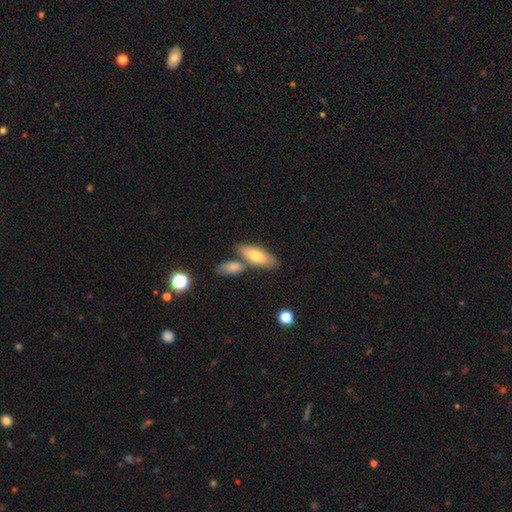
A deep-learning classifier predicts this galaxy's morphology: Smooth or featured?
  - smooth: 70% *
  - featured or disk: 25%
  - star or artifact: 6%
How rounded?
  - in between: 77% *
  - cigar-shaped: 20%
  - round: 2%
Merging?
  - none: 63% *
  - merger: 23%
  - minor disturbance: 11%
  - major disturbance: 3%